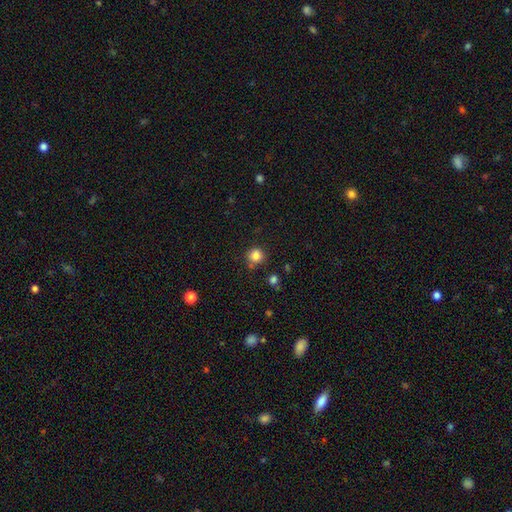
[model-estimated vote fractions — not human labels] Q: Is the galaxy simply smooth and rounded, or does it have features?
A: smooth — 83%.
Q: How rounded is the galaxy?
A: round — 93%.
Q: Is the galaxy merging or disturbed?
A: none — 81%.